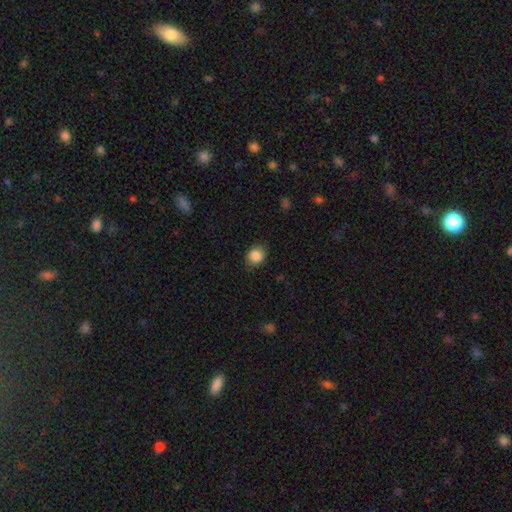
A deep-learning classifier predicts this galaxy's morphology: Smooth or featured?
  - smooth: 87% *
  - star or artifact: 9%
  - featured or disk: 4%
How rounded?
  - round: 70% *
  - in between: 29%
  - cigar-shaped: 1%
Merging?
  - none: 83% *
  - minor disturbance: 13%
  - major disturbance: 3%
  - merger: 1%